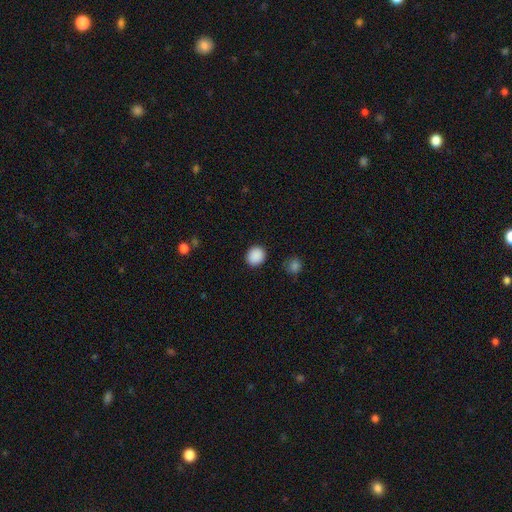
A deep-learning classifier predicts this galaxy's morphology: This appears to be a smooth galaxy with no disk features (89%) that is round (81%). Merging: none (90%).